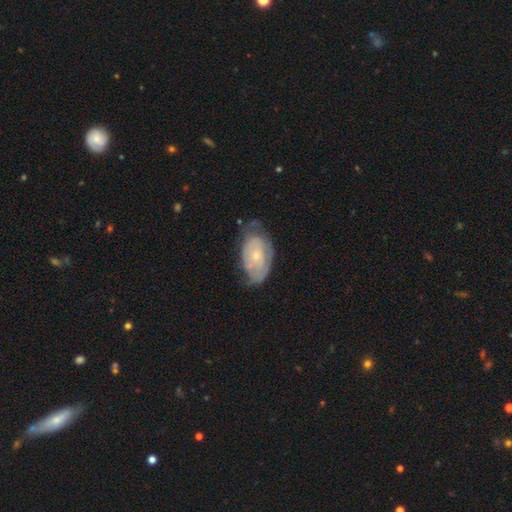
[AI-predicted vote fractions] smooth-or-featured: featured or disk: 60% | smooth: 33% | star or artifact: 6%
  disk-edge-on: no: 94% | yes: 6%
    bar: no: 82% | weak: 15% | strong: 3%
    has-spiral-arms: yes: 64% | no: 36%
    bulge-size: small: 68% | moderate: 27% | none: 2% | large: 2% | dominant: 1%
  merging: none: 49% | minor disturbance: 33% | major disturbance: 15% | merger: 2%